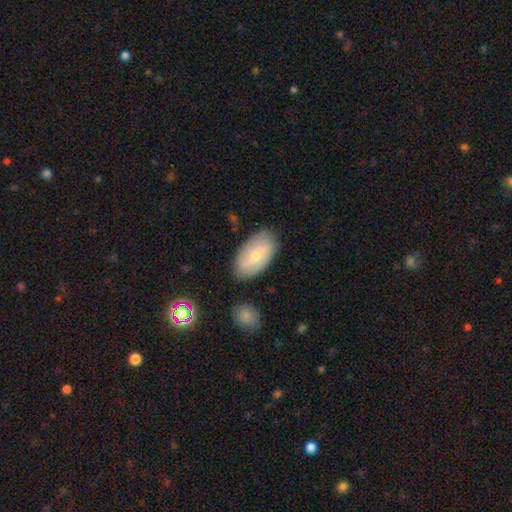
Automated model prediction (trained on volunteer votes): smooth_or_featured: smooth (p=0.50) [alt: featured or disk p=0.43]
merging: none (p=0.80) [alt: minor disturbance p=0.14]